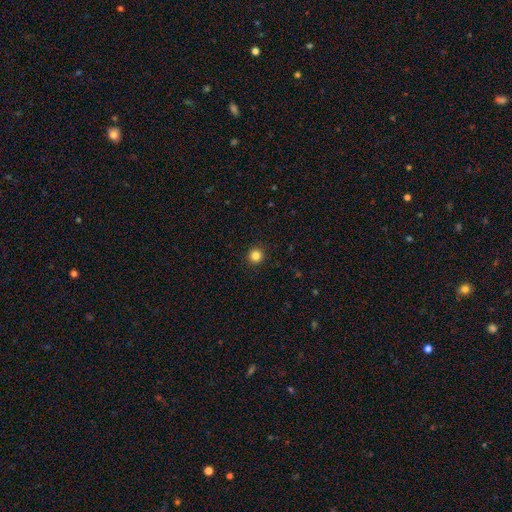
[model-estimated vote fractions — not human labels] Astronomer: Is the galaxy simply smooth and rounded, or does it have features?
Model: smooth — 83%.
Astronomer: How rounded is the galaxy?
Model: round — 95%.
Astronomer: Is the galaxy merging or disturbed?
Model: none — 93%.